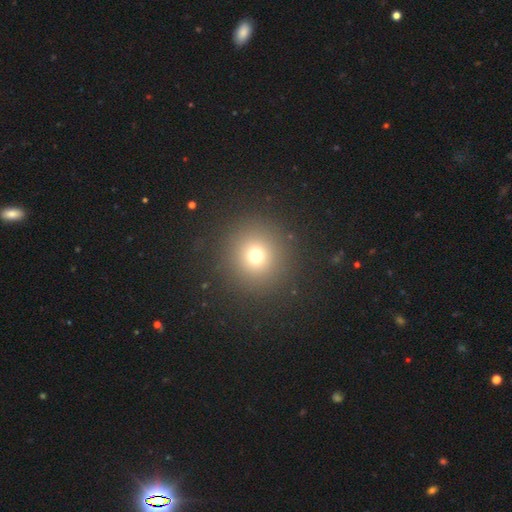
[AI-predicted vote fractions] This is likely a smooth galaxy (72%). How rounded: clearly round (95%). Merging: clearly none (89%).